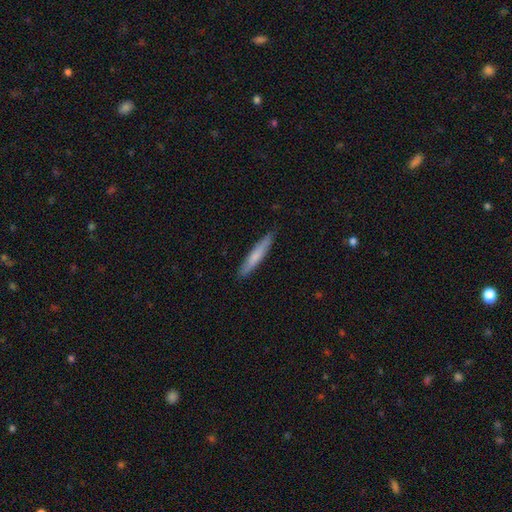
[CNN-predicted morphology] This appears to be a smooth galaxy with no disk features (69%) that is cigar-shaped (94%). Merging: none (88%).